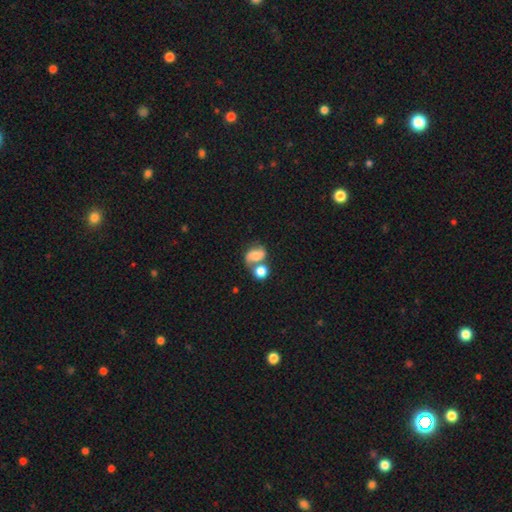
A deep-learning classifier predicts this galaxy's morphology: smooth_or_featured: featured or disk (p=0.50) [alt: smooth p=0.40]
merging: merger (p=0.42) [alt: none p=0.36]